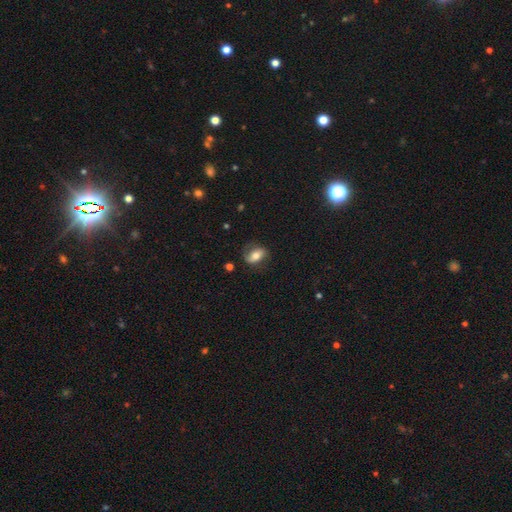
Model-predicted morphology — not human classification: smooth_or_featured: smooth (p=0.49) [alt: featured or disk p=0.42]
merging: none (p=0.69) [alt: minor disturbance p=0.20]